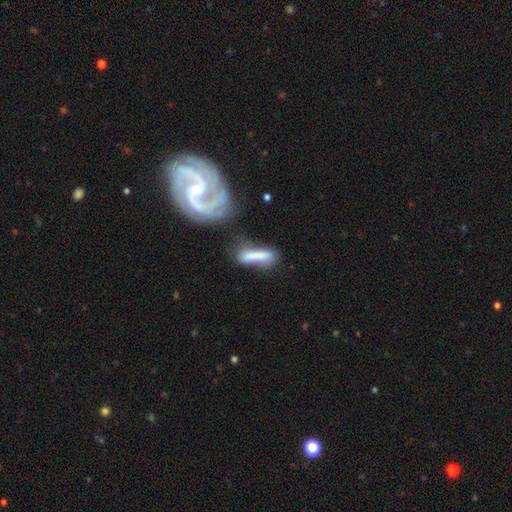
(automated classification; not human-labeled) A smooth galaxy with no disk features (72%) that is cigar-shaped (72%).

Vote fractions:
- Smooth or featured? smooth: 72% / featured or disk: 21% / star or artifact: 8%
- How rounded? cigar-shaped: 72% / in between: 26% / round: 3%
- Merging? none: 45% / minor disturbance: 22% / merger: 19% / major disturbance: 14%